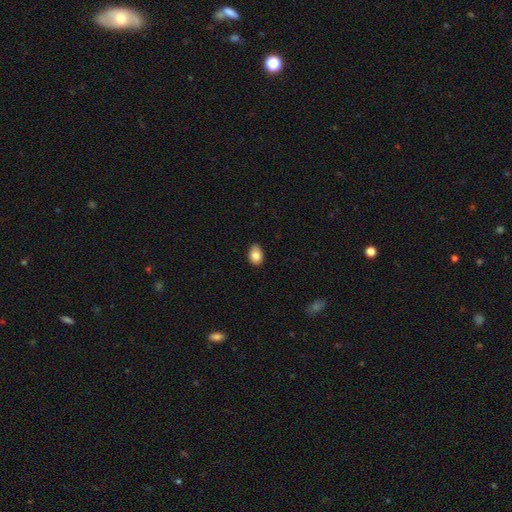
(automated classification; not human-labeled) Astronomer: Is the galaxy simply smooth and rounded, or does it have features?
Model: smooth — 83%.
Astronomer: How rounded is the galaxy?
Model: in between — 81%.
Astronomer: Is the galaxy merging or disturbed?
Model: none — 84%.